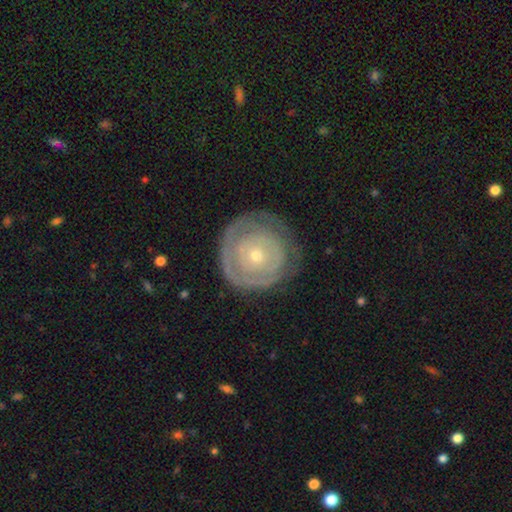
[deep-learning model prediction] This appears to be a featured or disk galaxy (70%) with no bar (88%), spiral arms (60%) and a small central bulge (70%). Merging: none (73%).